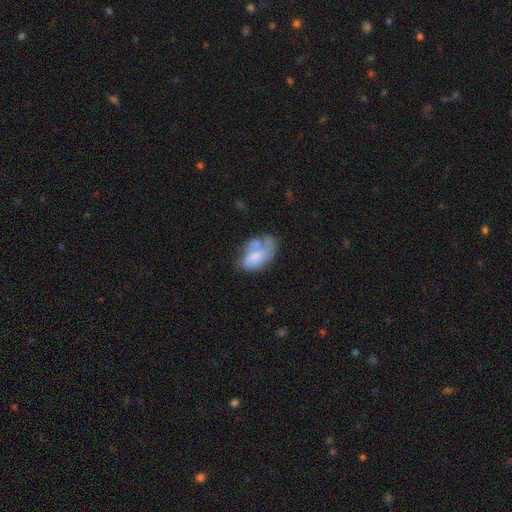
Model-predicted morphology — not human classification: This appears to be a smooth galaxy with no disk features (50%). Merging: none (26%).